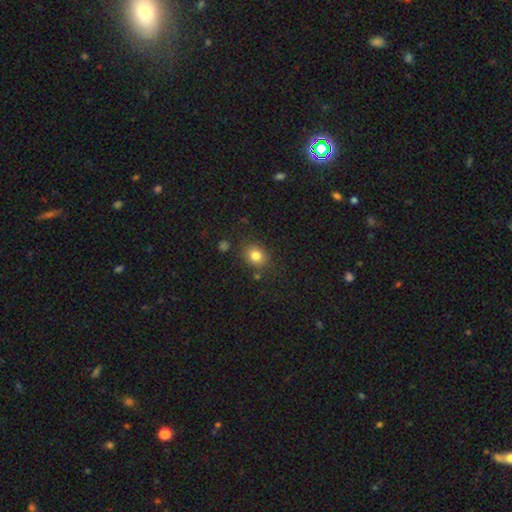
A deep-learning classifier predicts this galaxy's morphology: A smooth galaxy with no disk features (81%) that is round (56%). Merging: none (81%).